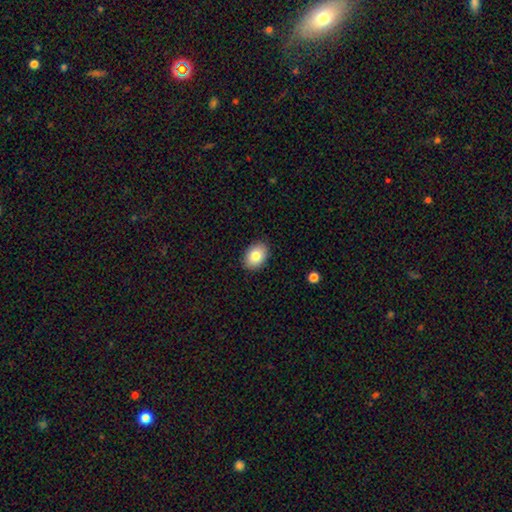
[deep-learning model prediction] Smooth or featured?
  - smooth: 84% *
  - featured or disk: 9%
  - star or artifact: 7%
How rounded?
  - in between: 76% *
  - round: 23%
  - cigar-shaped: 1%
Merging?
  - none: 89% *
  - minor disturbance: 8%
  - major disturbance: 2%
  - merger: 1%